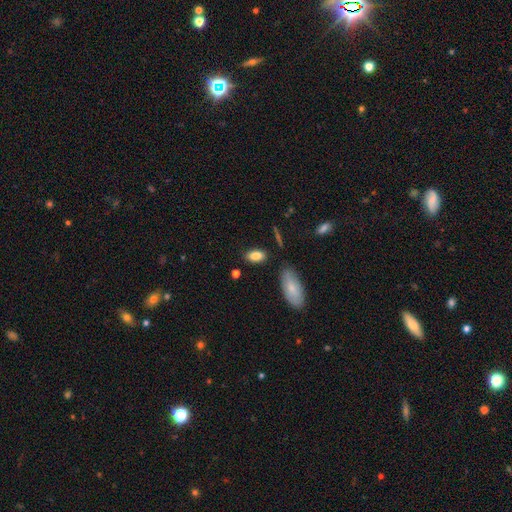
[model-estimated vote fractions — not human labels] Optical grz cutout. It shows a smooth galaxy with no disk features (82%) that is in between round and cigar-shaped (87%). Merging: none (80%).